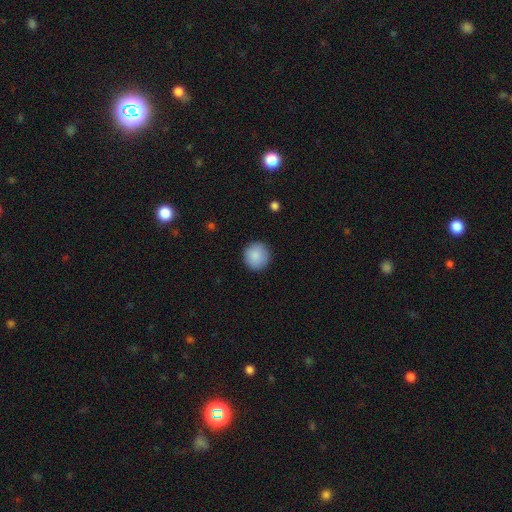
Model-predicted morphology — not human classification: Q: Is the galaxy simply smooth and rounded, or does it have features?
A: smooth — 89%.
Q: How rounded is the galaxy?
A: round — 95%.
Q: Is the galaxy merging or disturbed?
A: none — 91%.